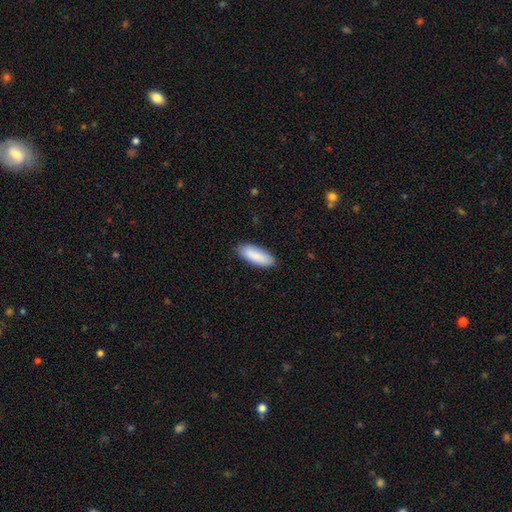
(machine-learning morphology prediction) Smooth or featured? smooth (88%)
How rounded? in between (75%)
Merging? none (86%)